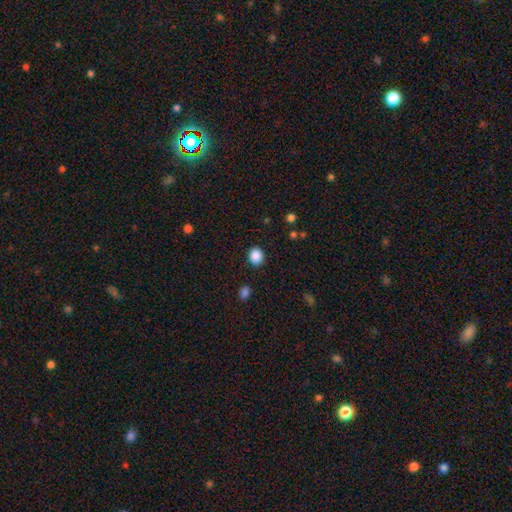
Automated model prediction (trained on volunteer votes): Morphology: type=smooth (88%); roundness=round (66%); merging=none (88%).